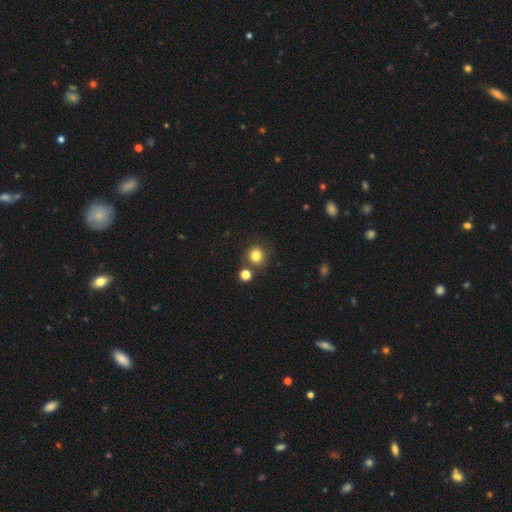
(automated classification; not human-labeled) Q: Smooth or featured?
A: smooth (81%); runner-up: star or artifact (12%)
Q: How rounded?
A: round (89%); runner-up: in between (10%)
Q: Merging?
A: none (77%); runner-up: merger (11%)